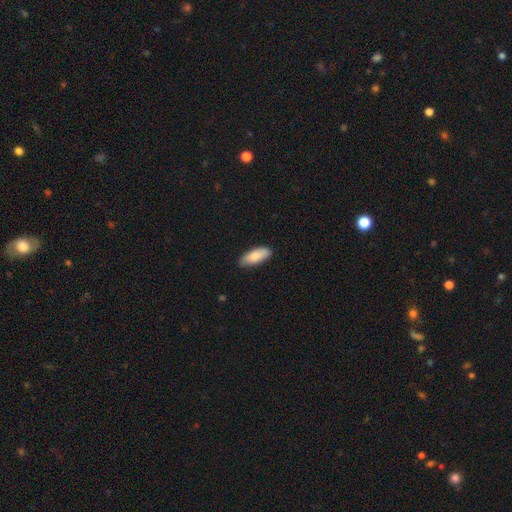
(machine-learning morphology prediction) type=smooth (86%); roundness=in between (76%); merging=none (81%).